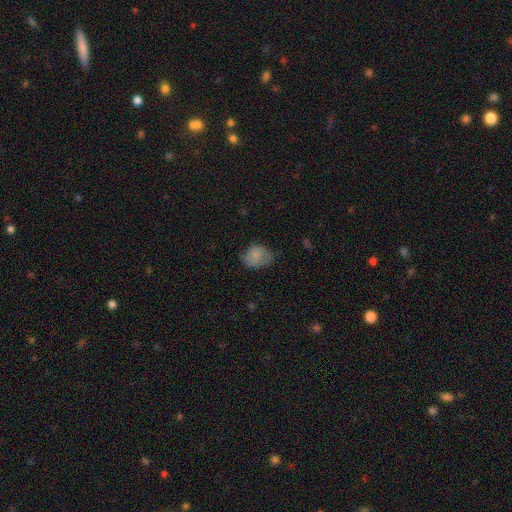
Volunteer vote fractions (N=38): Morphology: type=smooth (79%); roundness=in between (63%); merging=none (43%).